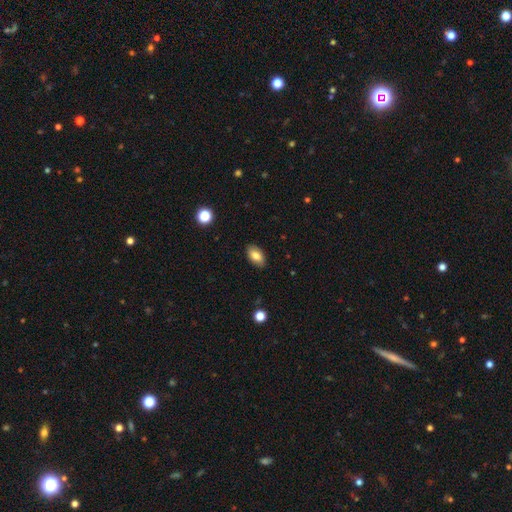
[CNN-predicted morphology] type=smooth (81%); roundness=in between (93%); merging=none (87%).